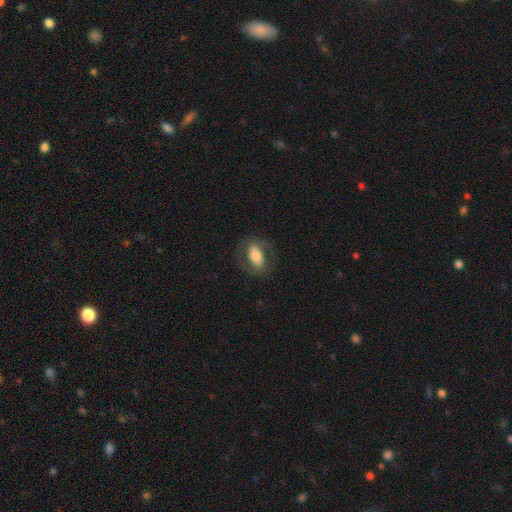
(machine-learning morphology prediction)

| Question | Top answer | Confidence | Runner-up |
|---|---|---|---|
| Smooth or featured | smooth | 50% | featured or disk (43%) |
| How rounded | in between | 86% | round (8%) |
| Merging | none | 75% | minor disturbance (13%) |